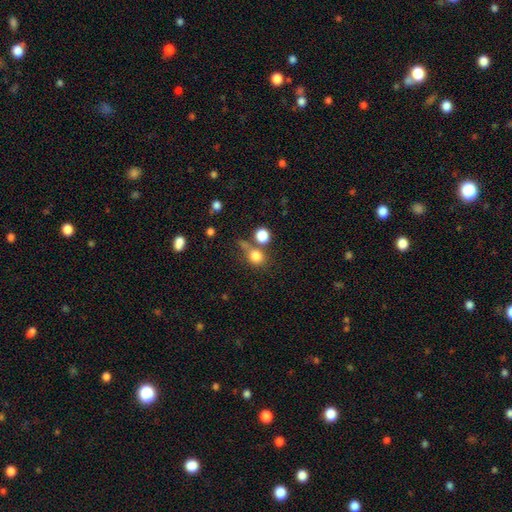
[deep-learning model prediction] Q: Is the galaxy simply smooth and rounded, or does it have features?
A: smooth — 79%.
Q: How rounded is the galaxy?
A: round — 76%.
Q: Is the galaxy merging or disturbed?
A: none — 52%.